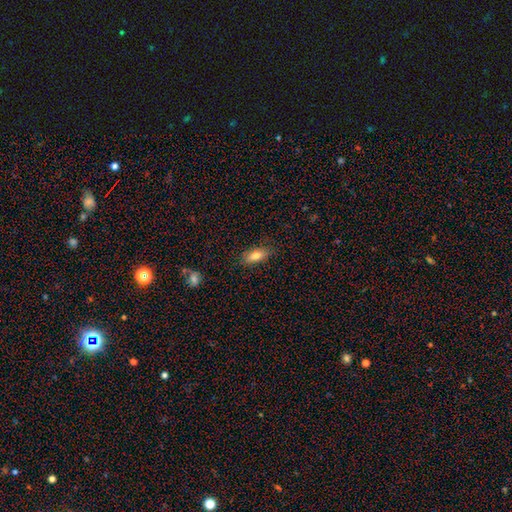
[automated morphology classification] A smooth galaxy with no disk features (78%) that is in between round and cigar-shaped (79%).

Vote fractions:
- Smooth or featured? smooth: 78% / featured or disk: 15% / star or artifact: 7%
- How rounded? in between: 79% / cigar-shaped: 18% / round: 3%
- Merging? none: 84% / minor disturbance: 12% / major disturbance: 3% / merger: 1%